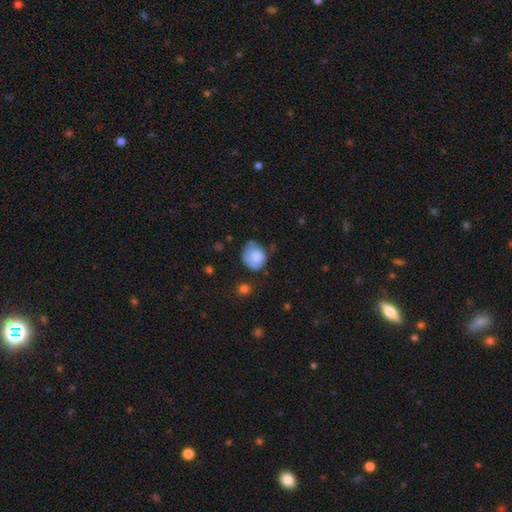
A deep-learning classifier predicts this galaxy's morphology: A smooth galaxy with no disk features (71%) that is round (61%). Merging: none (47%).